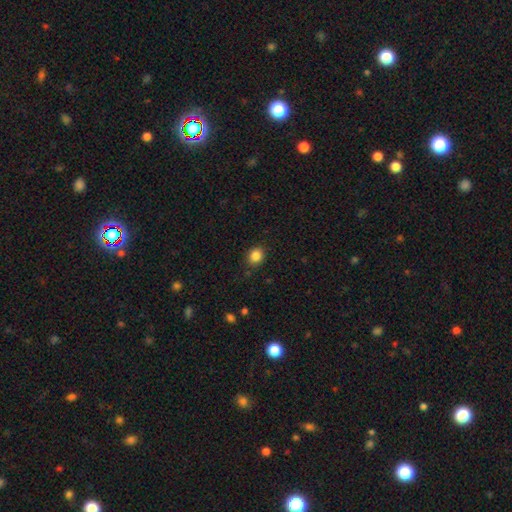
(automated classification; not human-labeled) This is clearly a smooth galaxy (85%). How rounded: likely round (72%). Merging: clearly none (87%).